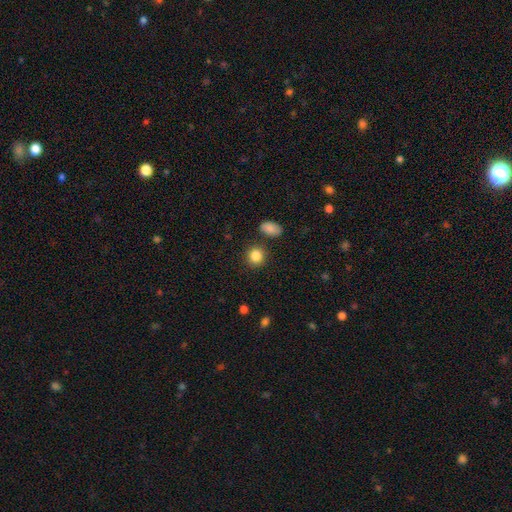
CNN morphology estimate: type=smooth (86%); roundness=round (84%); merging=none (85%).